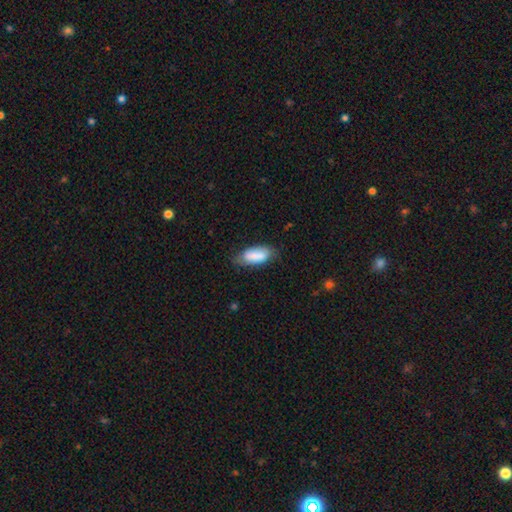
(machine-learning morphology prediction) smooth 79%, featured or disk 15%, star or artifact 6%. Down the decision tree: how rounded — in between (87%); merging — none (69%).